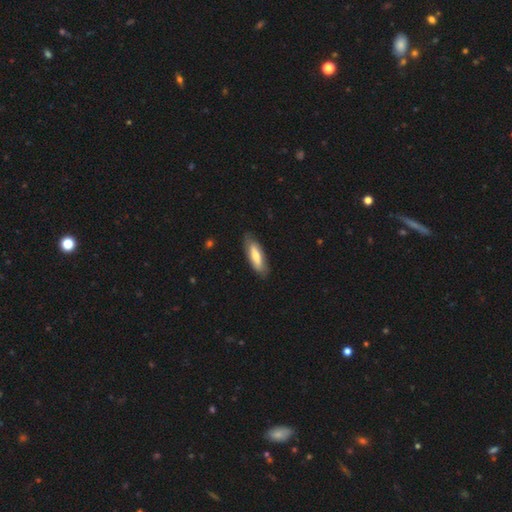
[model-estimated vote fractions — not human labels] Overall: smooth (60%; featured or disk 35%). How rounded: in between (59%; cigar-shaped 39%). Merging: none (82%).